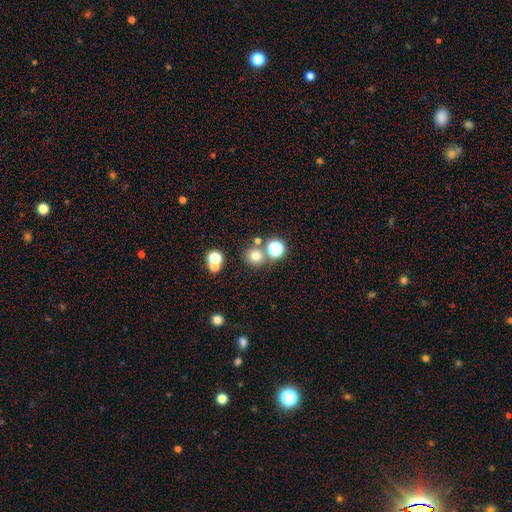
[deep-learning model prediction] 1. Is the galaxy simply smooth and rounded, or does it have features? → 72% smooth, 20% star or artifact, 8% featured or disk.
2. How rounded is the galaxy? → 92% round, 7% in between, 1% cigar-shaped.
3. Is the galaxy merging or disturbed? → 72% none, 16% merger, 8% minor disturbance, 3% major disturbance.